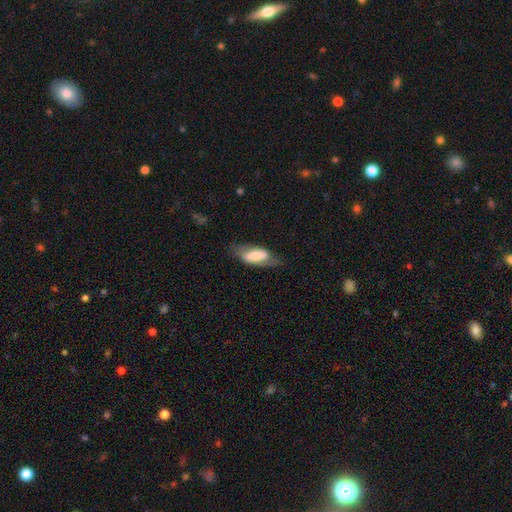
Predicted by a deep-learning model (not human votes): Overall: smooth (57%; featured or disk 36%). How rounded: in between (80%). Merging: none (59%; minor disturbance 27%).